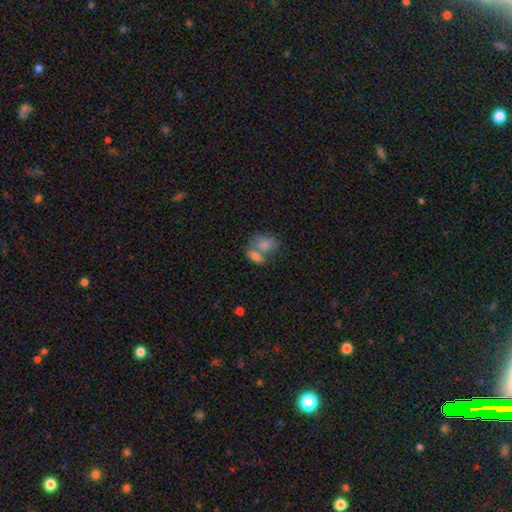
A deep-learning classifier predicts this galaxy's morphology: Smooth or featured?
  - smooth: 79% *
  - featured or disk: 13%
  - star or artifact: 9%
How rounded?
  - in between: 80% *
  - round: 18%
  - cigar-shaped: 3%
Merging?
  - merger: 60% *
  - none: 26%
  - minor disturbance: 9%
  - major disturbance: 5%